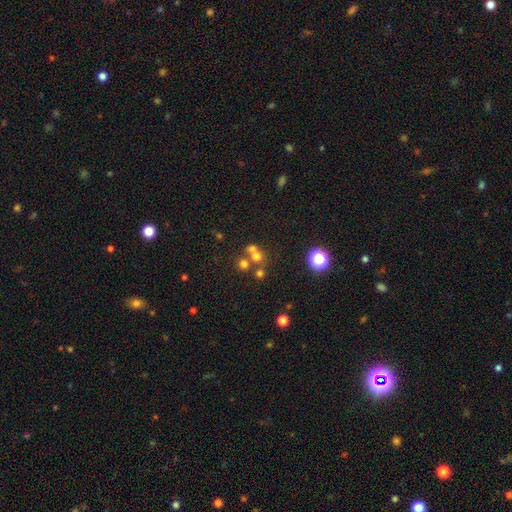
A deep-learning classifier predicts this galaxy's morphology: Overall: smooth (61%; star or artifact 25%). How rounded: round (84%). Merging: none (48%; merger 41%).